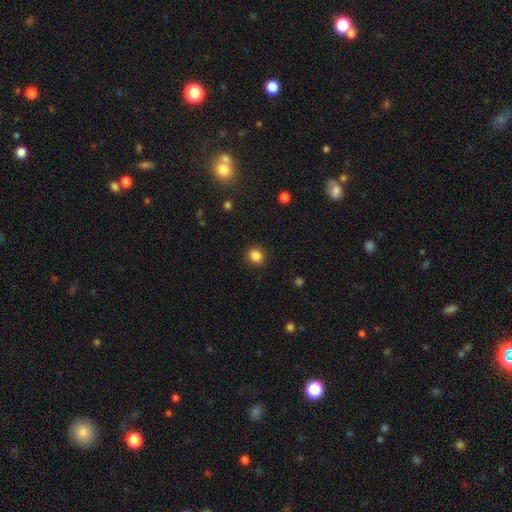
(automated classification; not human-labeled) Overall: smooth (85%). How rounded: round (84%). Merging: none (90%).